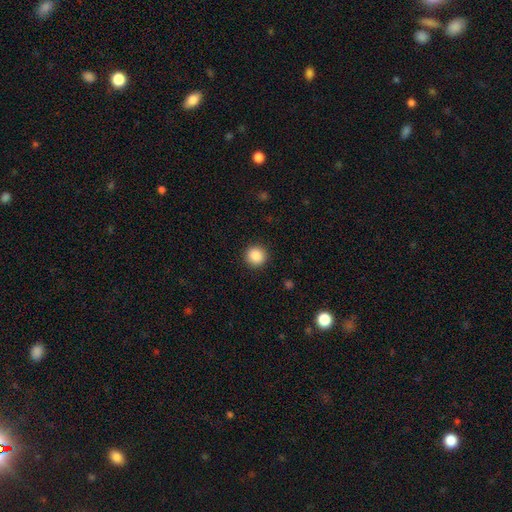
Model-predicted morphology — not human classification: smooth_or_featured: smooth (p=0.88) [alt: star or artifact p=0.09]
how_rounded: round (p=0.93) [alt: in between p=0.06]
merging: none (p=0.92) [alt: minor disturbance p=0.05]